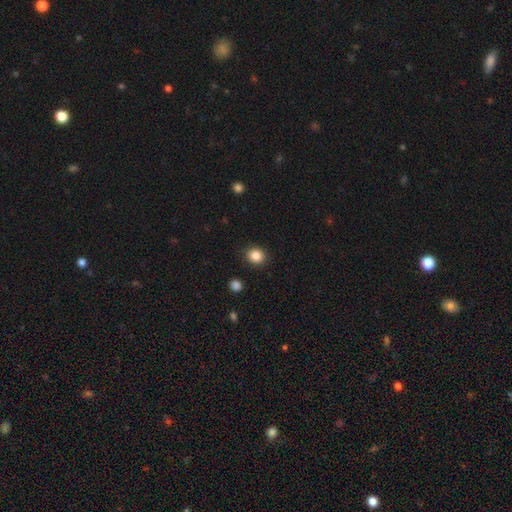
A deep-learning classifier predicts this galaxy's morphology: smooth-or-featured: smooth: 87% | star or artifact: 10% | featured or disk: 4%
  how-rounded: round: 74% | in between: 25% | cigar-shaped: 1%
  merging: none: 90% | minor disturbance: 7% | major disturbance: 2% | merger: 1%